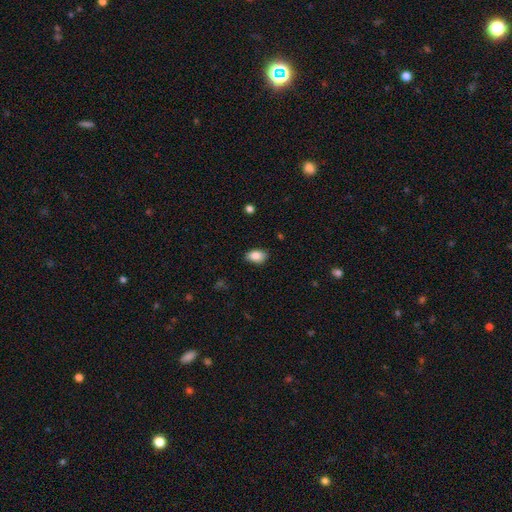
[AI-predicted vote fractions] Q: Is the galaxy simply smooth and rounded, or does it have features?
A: smooth — 86%.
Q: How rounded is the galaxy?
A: in between — 88%.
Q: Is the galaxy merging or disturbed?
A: none — 85%.